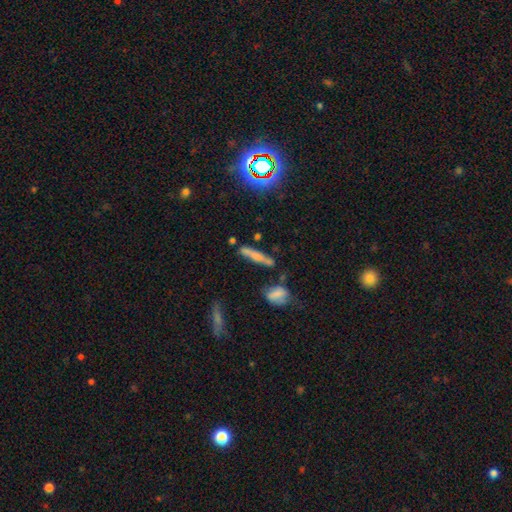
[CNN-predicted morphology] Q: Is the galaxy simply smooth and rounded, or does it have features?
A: smooth — 54%.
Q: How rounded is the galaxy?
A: cigar-shaped — 86%.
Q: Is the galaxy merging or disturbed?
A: none — 73%.